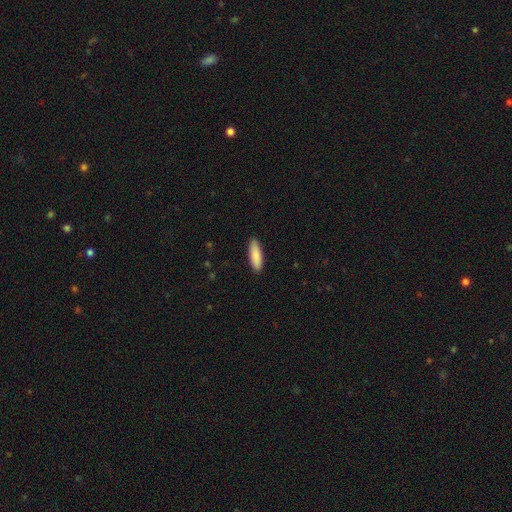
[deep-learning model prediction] Smooth or featured? Predicted: smooth (p=0.87). How rounded? Predicted: cigar-shaped (p=0.54). Merging? Predicted: none (p=0.90).